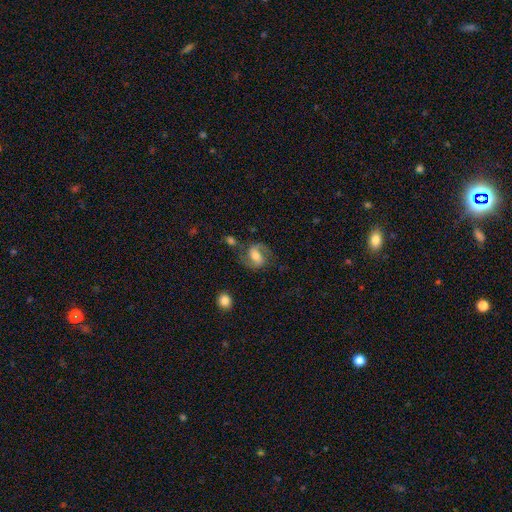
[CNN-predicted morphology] Smooth or featured: featured or disk — 71% (smooth — 22%)
Edge-on disk: no — 97% (yes — 3%)
Bar: weak — 42% (strong — 31%)
Spiral arms: yes — 92% (no — 8%)
Spiral winding: medium — 54% (loose — 30%)
Spiral arm count: 2 — 89% (1 — 4%)
Bulge size: moderate — 63% (small — 19%)
Merging: none — 66% (minor disturbance — 17%)